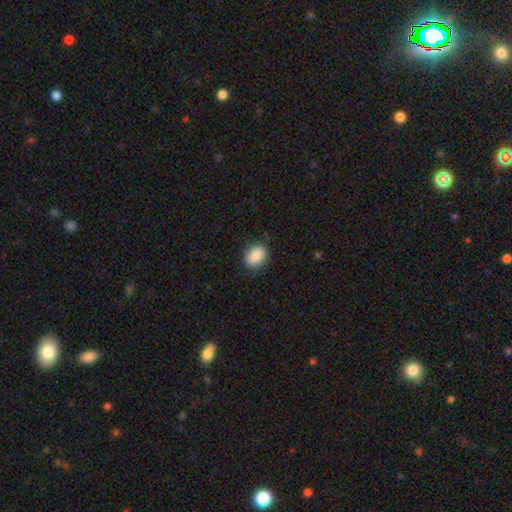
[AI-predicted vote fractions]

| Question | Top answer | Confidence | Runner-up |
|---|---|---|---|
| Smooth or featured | smooth | 88% | star or artifact (7%) |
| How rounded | in between | 81% | round (18%) |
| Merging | none | 80% | minor disturbance (16%) |